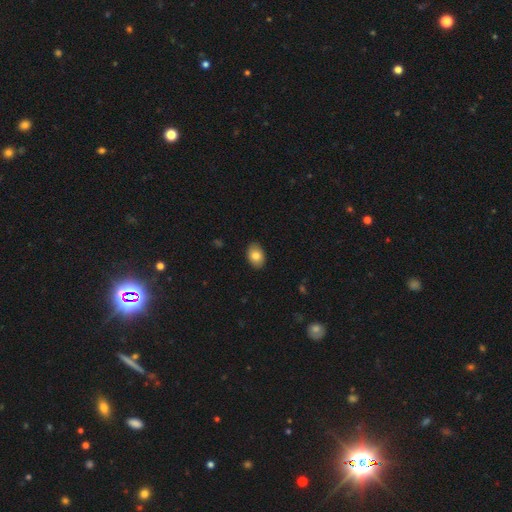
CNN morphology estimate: The model was most divided on "how rounded": in between: 84%, round: 15%, cigar-shaped: 1%. More confident: merging — none (88%); smooth or featured — smooth (83%).